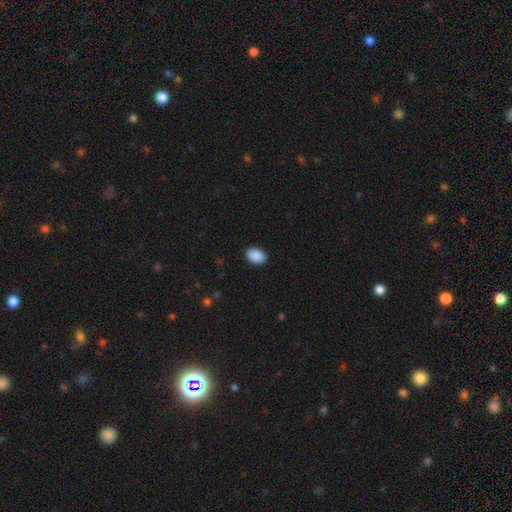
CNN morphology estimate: smooth_or_featured: smooth (p=0.91) [alt: star or artifact p=0.07]
how_rounded: in between (p=0.81) [alt: round p=0.18]
merging: none (p=0.90) [alt: minor disturbance p=0.07]